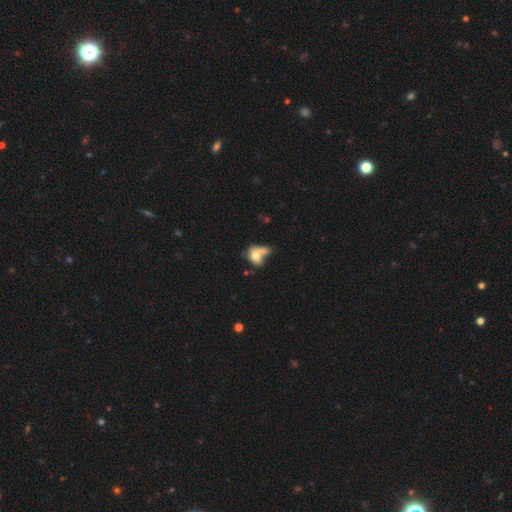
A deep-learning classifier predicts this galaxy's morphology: Smooth or featured: smooth — 66% (featured or disk — 24%)
How rounded: in between — 64% (round — 33%)
Merging: merger — 40% (none — 24%)